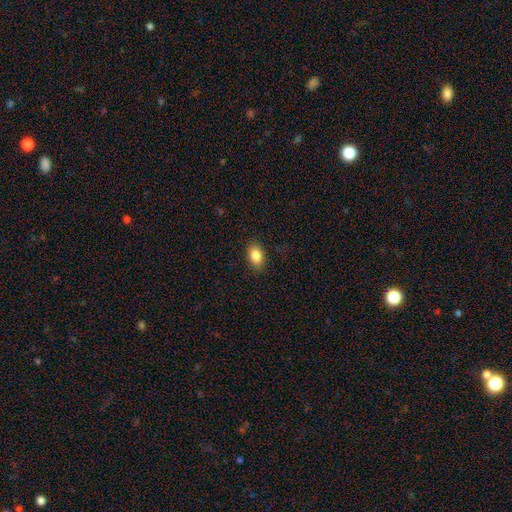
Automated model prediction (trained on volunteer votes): This appears to be a smooth galaxy with no disk features (85%) that is in between round and cigar-shaped (87%). Merging: none (88%).